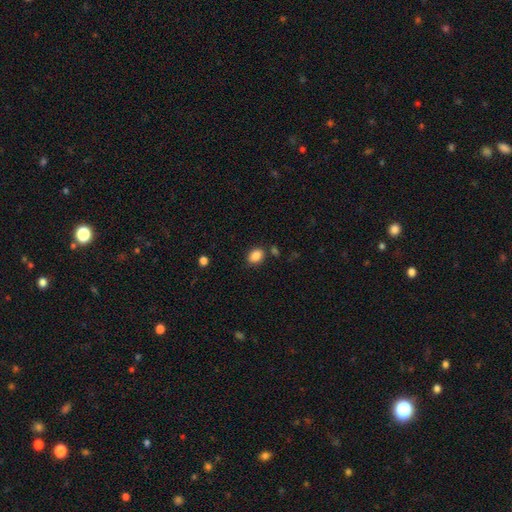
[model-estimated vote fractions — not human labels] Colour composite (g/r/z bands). It shows a smooth galaxy with no disk features (87%) that is in between round and cigar-shaped (68%). Merging: none (79%).